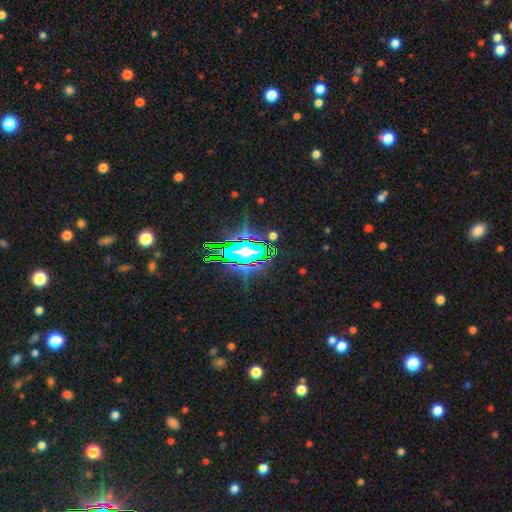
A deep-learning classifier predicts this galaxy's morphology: Q: Smooth or featured?
A: star or artifact (80%); runner-up: smooth (11%)